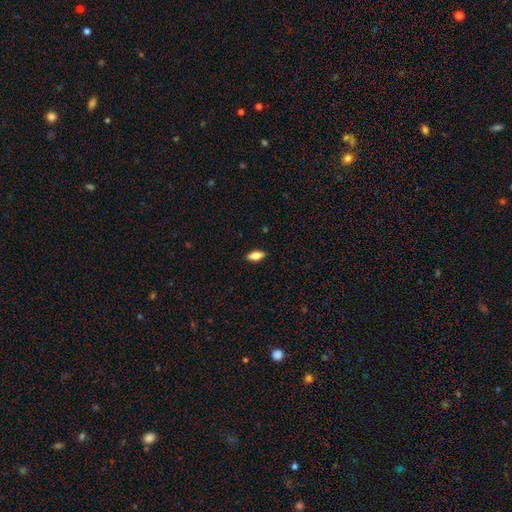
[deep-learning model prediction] Overall: smooth (83%). How rounded: in between (85%). Merging: none (89%).